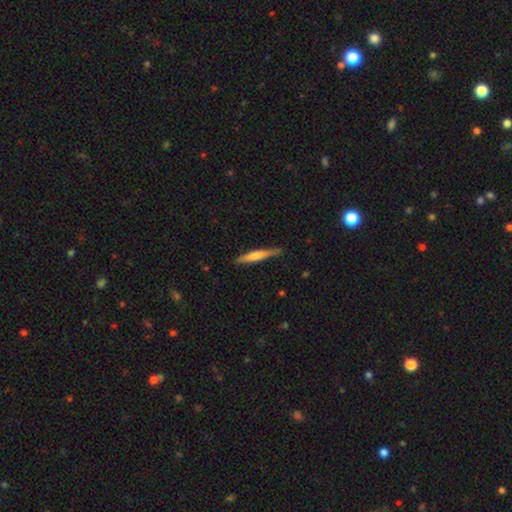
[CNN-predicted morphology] A smooth galaxy with no disk features (51%) that is cigar-shaped (94%).

Vote fractions:
- Smooth or featured? smooth: 51% / featured or disk: 43% / star or artifact: 6%
- How rounded? cigar-shaped: 94% / in between: 5% / round: 1%
- Merging? none: 86% / minor disturbance: 11% / major disturbance: 2% / merger: 1%